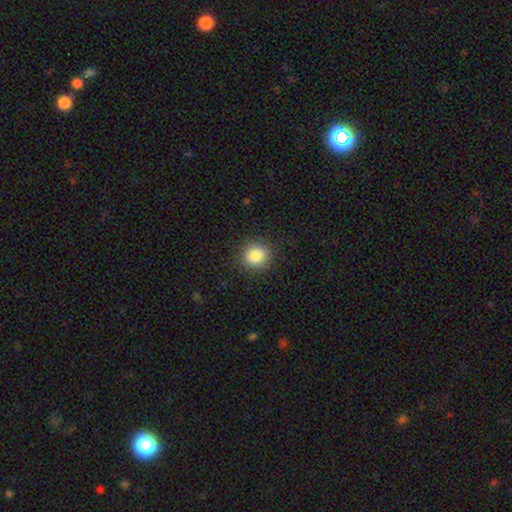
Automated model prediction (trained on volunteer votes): Smooth or featured? Predicted: smooth (p=0.85). How rounded? Predicted: round (p=0.88). Merging? Predicted: none (p=0.90).